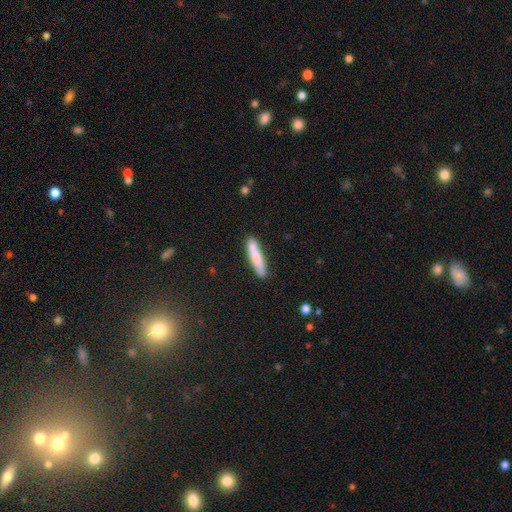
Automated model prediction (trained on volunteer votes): Q: Smooth or featured?
A: smooth (76%); runner-up: featured or disk (18%)
Q: How rounded?
A: cigar-shaped (89%); runner-up: in between (10%)
Q: Merging?
A: none (86%); runner-up: minor disturbance (10%)